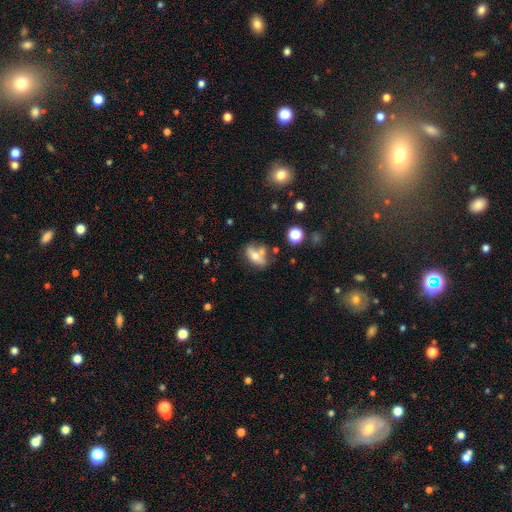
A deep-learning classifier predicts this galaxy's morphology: Smooth or featured? smooth (59%)
How rounded? in between (77%)
Merging? none (44%)